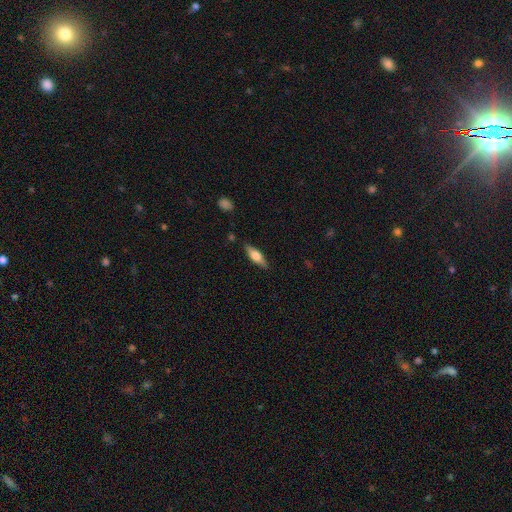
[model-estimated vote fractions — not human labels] smooth 53%, featured or disk 41%, star or artifact 6%. Down the decision tree: how rounded — in between (51%); merging — none (84%).